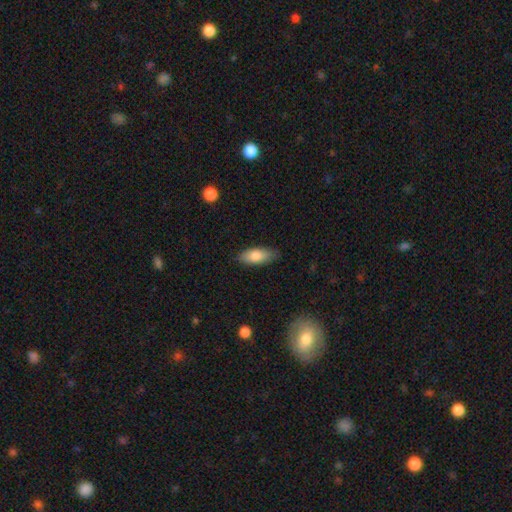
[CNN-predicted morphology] smooth 80%, featured or disk 13%, star or artifact 6%. Down the decision tree: how rounded — in between (82%); merging — none (84%).